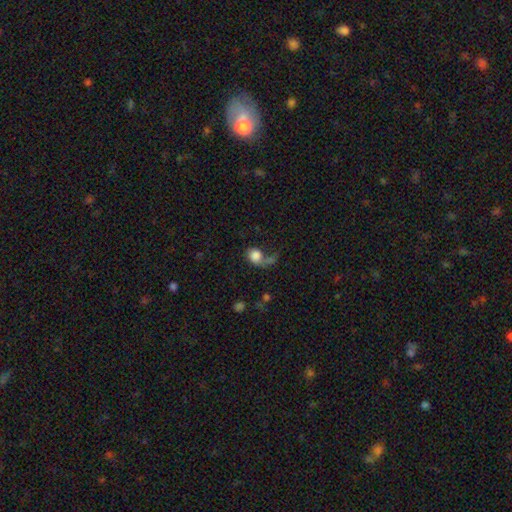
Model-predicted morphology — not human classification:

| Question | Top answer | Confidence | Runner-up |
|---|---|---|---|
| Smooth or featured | smooth | 69% | featured or disk (21%) |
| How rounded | round | 58% | in between (40%) |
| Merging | major disturbance | 39% | none (26%) |